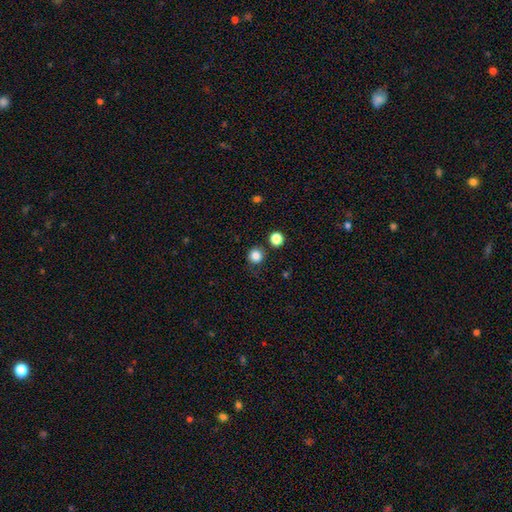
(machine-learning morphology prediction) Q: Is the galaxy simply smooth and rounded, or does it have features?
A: smooth — 84%.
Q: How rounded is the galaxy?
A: round — 94%.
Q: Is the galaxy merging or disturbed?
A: none — 85%.